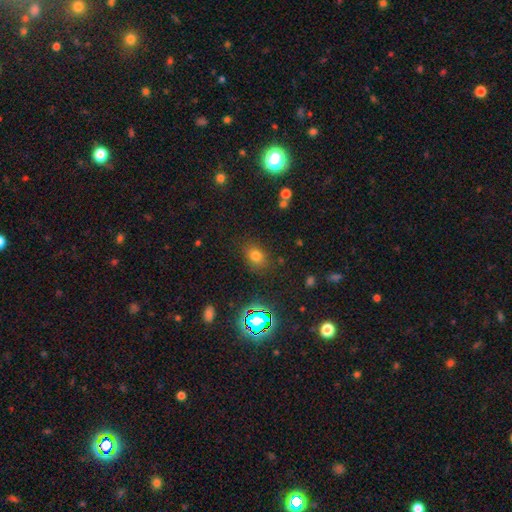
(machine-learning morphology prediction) Overall: smooth (70%). How rounded: in between (57%; round 41%). Merging: none (79%).